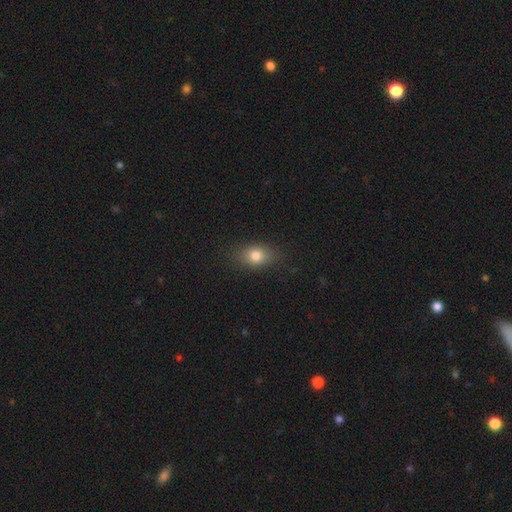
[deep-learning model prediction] Smooth or featured? smooth (79%)
How rounded? in between (71%)
Merging? none (84%)